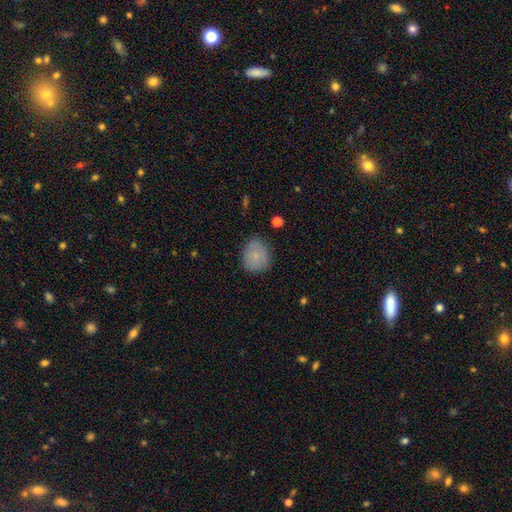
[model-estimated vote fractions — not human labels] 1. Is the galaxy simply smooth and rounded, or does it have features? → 78% smooth, 13% featured or disk, 8% star or artifact.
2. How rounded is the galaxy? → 66% round, 33% in between, 1% cigar-shaped.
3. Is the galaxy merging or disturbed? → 76% none, 18% minor disturbance, 4% major disturbance, 2% merger.